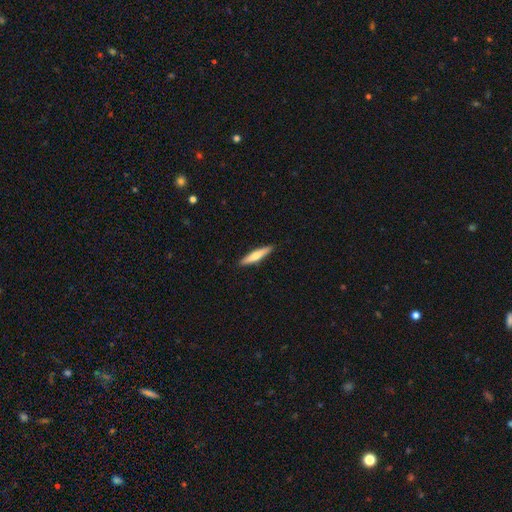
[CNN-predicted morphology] smooth-or-featured: smooth: 56% | featured or disk: 38% | star or artifact: 5%
  how-rounded: cigar-shaped: 88% | in between: 11% | round: 1%
  merging: none: 90% | minor disturbance: 7% | major disturbance: 1% | merger: 1%